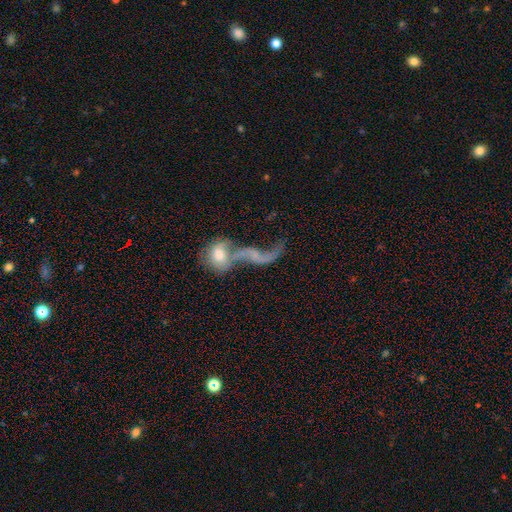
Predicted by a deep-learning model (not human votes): Smooth or featured? Predicted: featured or disk (p=0.61). Edge-on disk? Predicted: no (p=0.93). Bar? Predicted: no (p=0.62). Spiral arms? Predicted: yes (p=0.68). Bulge size? Predicted: small (p=0.31). Merging? Predicted: merger (p=0.62).